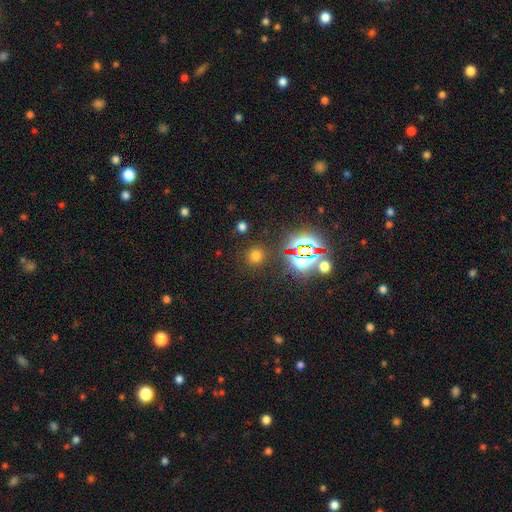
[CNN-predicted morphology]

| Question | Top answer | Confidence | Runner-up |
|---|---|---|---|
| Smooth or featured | smooth | 63% | star or artifact (31%) |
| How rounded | round | 91% | in between (8%) |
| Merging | none | 86% | minor disturbance (7%) |